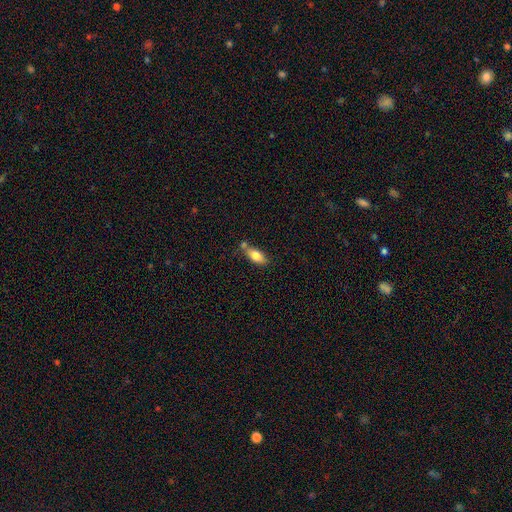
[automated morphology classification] A smooth galaxy with no disk features (78%) that is in between round and cigar-shaped (85%). Merging: none (55%).